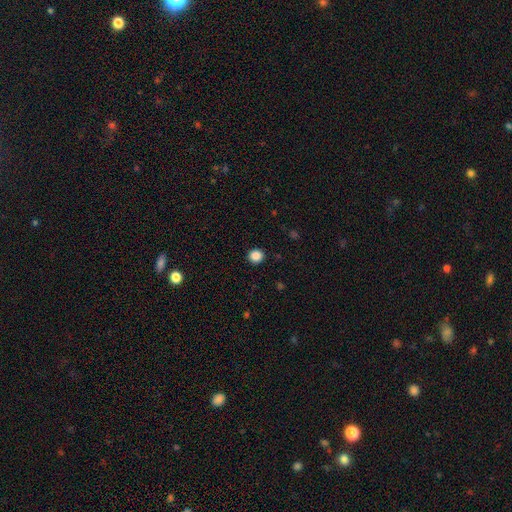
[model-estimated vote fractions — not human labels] This appears to be a smooth galaxy with no disk features (86%) that is round (91%). Merging: none (92%).